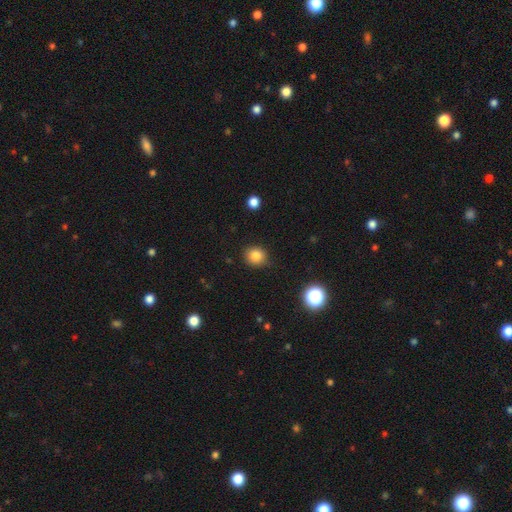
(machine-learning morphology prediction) smooth 83%, star or artifact 12%, featured or disk 6%. Down the decision tree: how rounded — round (81%); merging — none (85%).